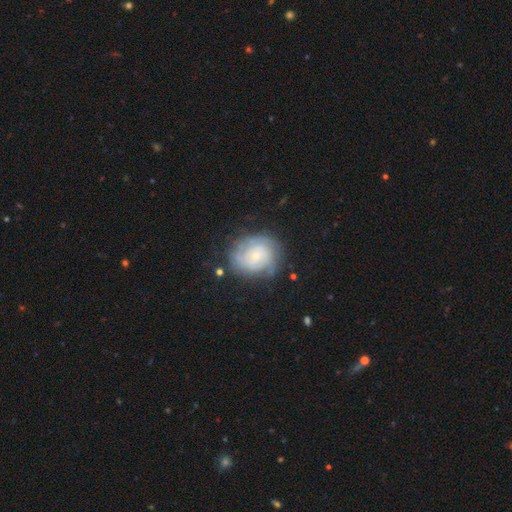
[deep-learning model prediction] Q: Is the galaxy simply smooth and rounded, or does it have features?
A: featured or disk — 73%.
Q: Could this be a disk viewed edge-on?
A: no — 98%.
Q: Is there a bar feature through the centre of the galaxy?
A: no — 76%.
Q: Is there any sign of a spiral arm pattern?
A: yes — 91%.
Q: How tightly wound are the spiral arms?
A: tight — 71%.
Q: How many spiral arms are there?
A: can't tell — 43%.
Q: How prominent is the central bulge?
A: small — 77%.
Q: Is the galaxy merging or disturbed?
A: none — 72%.